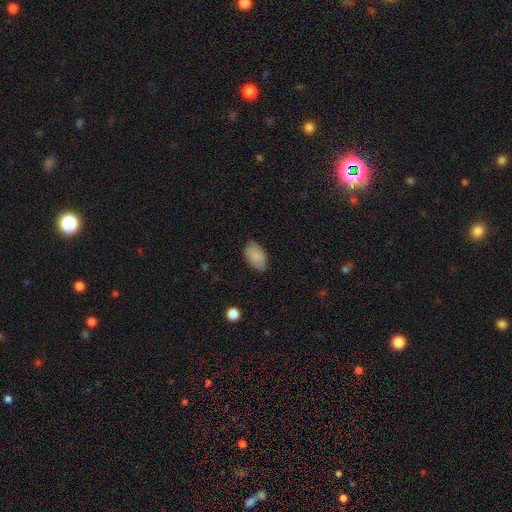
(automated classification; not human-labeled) This appears to be a smooth galaxy with no disk features (86%) that is in between round and cigar-shaped (93%). Merging: none (82%).